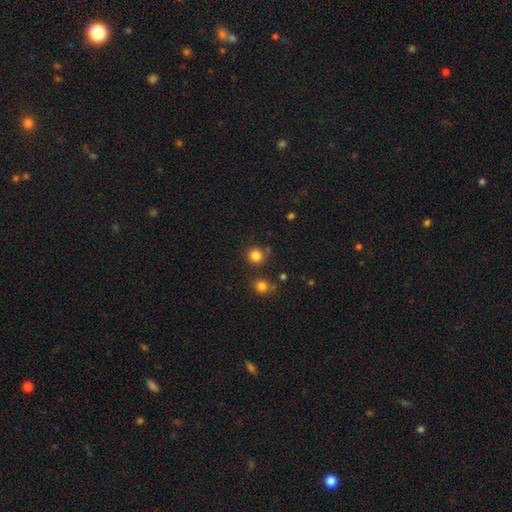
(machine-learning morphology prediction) Smooth or featured: smooth — 83% (star or artifact — 13%)
How rounded: round — 92% (in between — 7%)
Merging: none — 83% (minor disturbance — 8%)